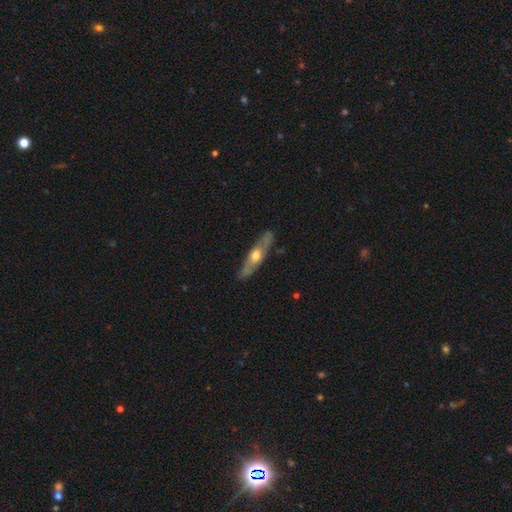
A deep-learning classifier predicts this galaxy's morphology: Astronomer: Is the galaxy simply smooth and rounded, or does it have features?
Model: featured or disk — 61%.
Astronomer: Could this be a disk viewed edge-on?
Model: yes — 69%.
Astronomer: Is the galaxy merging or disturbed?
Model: none — 84%.